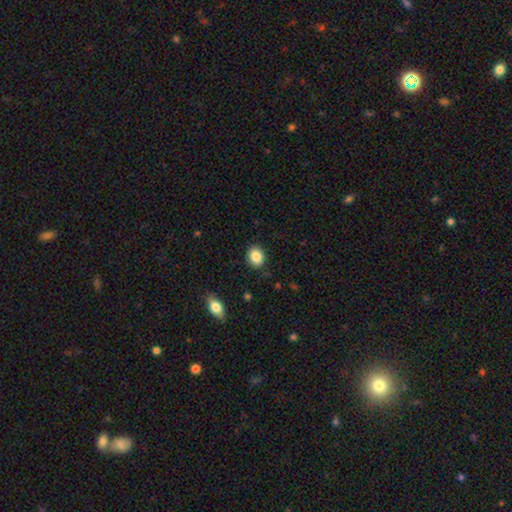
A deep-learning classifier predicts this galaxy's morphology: Smooth or featured? smooth (86%)
How rounded? round (57%)
Merging? none (88%)